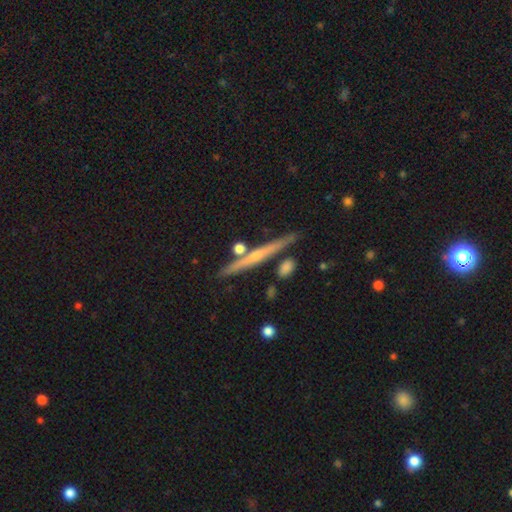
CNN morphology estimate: Q: Smooth or featured?
A: featured or disk (63%); runner-up: smooth (31%)
Q: Edge-on disk?
A: yes (97%); runner-up: no (3%)
Q: Edge-on bulge?
A: rounded (51%); runner-up: none (43%)
Q: Merging?
A: none (83%); runner-up: minor disturbance (9%)